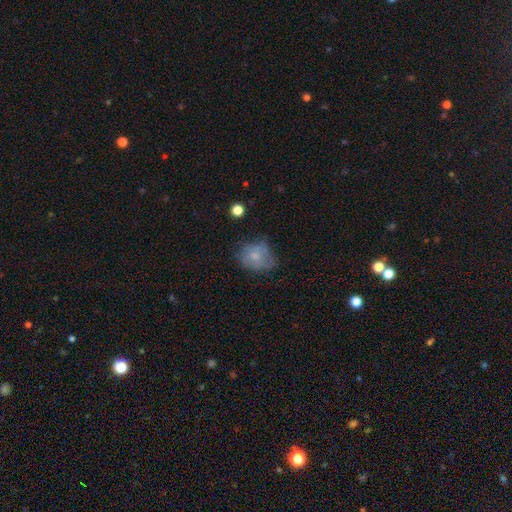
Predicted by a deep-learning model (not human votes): Overall: smooth (66%). How rounded: round (55%; in between 44%). Merging: none (49%; minor disturbance 30%).